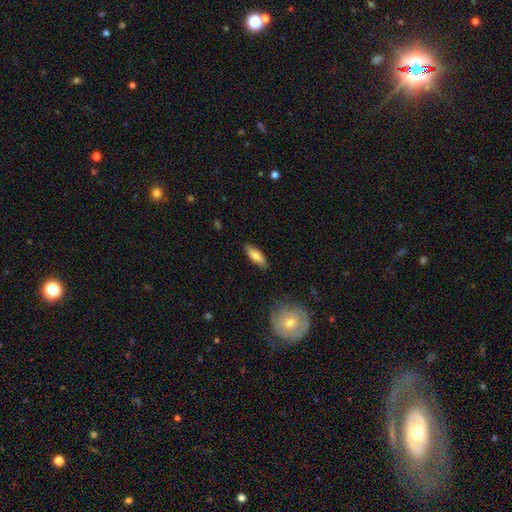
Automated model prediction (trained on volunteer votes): A smooth galaxy with no disk features (75%) that is in between round and cigar-shaped (54%). Merging: none (86%).